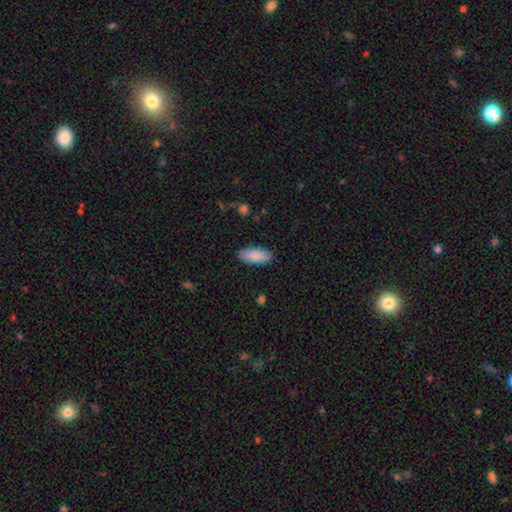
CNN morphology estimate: smooth 88%, featured or disk 6%, star or artifact 6%. Down the decision tree: how rounded — in between (86%); merging — none (88%).